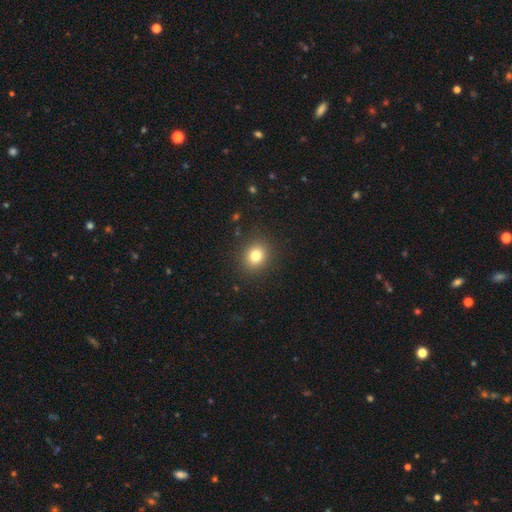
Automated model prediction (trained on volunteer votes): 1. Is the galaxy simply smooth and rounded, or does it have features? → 79% smooth, 13% star or artifact, 8% featured or disk.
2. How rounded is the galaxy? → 76% round, 23% in between, 1% cigar-shaped.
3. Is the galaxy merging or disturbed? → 89% none, 7% minor disturbance, 3% major disturbance, 1% merger.